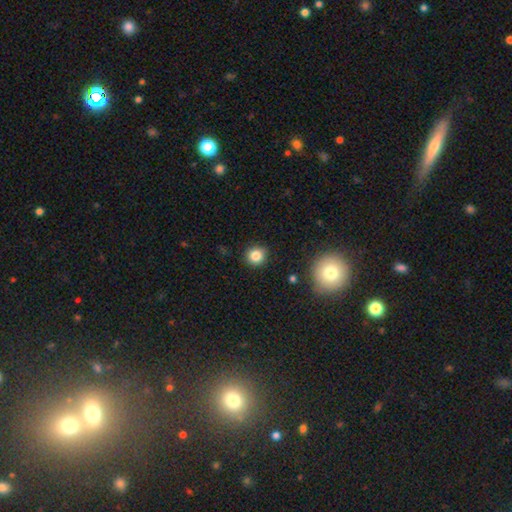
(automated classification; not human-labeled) Smooth or featured?
  - smooth: 83% *
  - star or artifact: 11%
  - featured or disk: 5%
How rounded?
  - round: 89% *
  - in between: 10%
  - cigar-shaped: 1%
Merging?
  - none: 87% *
  - minor disturbance: 9%
  - major disturbance: 2%
  - merger: 1%